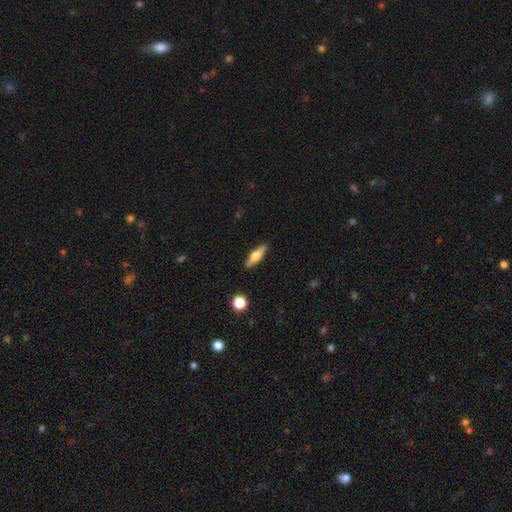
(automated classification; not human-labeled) Q: Smooth or featured?
A: featured or disk (51%); runner-up: smooth (43%)
Q: Edge-on disk?
A: yes (93%); runner-up: no (7%)
Q: Merging?
A: none (89%); runner-up: minor disturbance (8%)